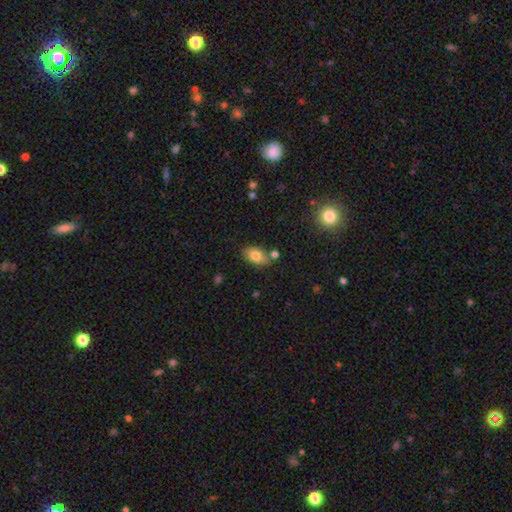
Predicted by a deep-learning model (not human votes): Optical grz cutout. It shows a smooth galaxy with no disk features (79%) that is in between round and cigar-shaped (88%). Merging: none (73%).